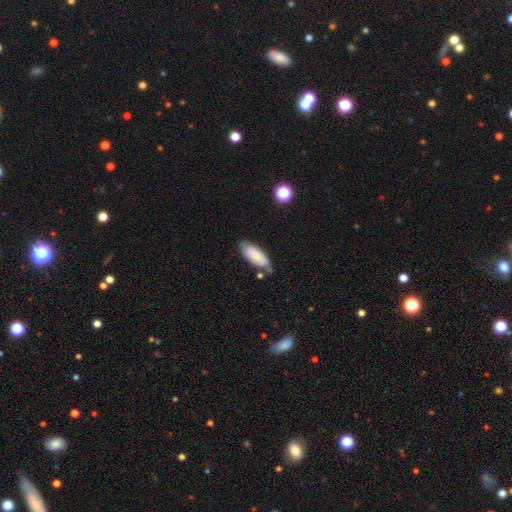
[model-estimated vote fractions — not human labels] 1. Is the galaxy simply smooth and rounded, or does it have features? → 72% smooth, 22% featured or disk, 7% star or artifact.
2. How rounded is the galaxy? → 77% in between, 21% cigar-shaped, 2% round.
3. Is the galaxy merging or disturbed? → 62% none, 25% minor disturbance, 8% merger, 5% major disturbance.